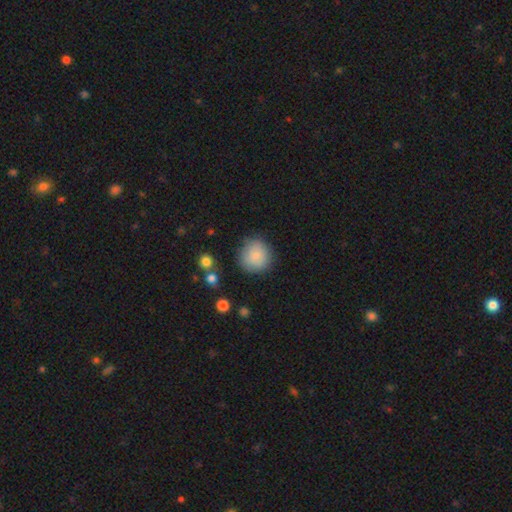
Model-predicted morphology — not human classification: Smooth or featured? smooth (82%)
How rounded? round (91%)
Merging? none (80%)